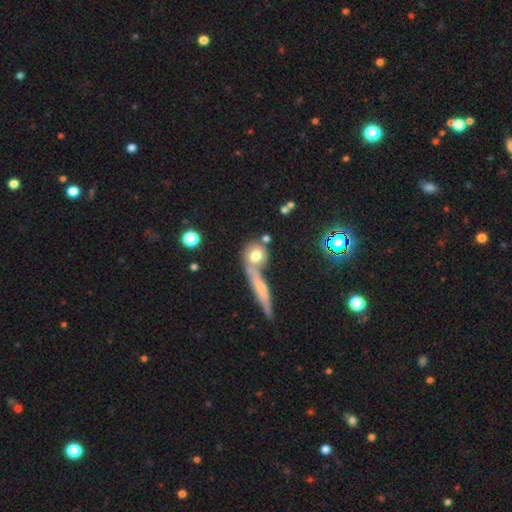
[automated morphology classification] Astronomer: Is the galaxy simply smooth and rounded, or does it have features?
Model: smooth — 69%.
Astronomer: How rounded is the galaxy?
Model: round — 71%.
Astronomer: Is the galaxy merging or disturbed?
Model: none — 51% (runner-up: merger, 34%).